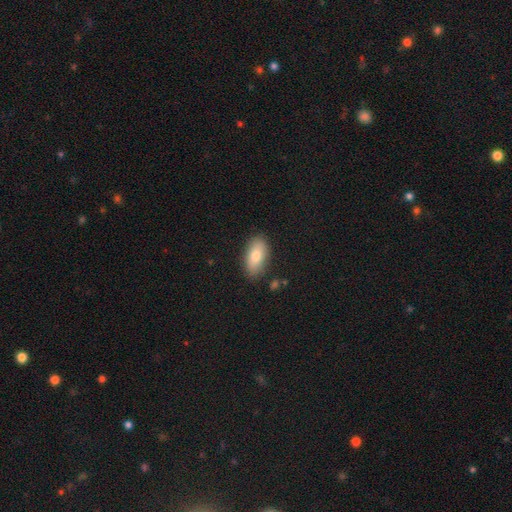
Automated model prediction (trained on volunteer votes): Overall: smooth (80%). How rounded: in between (92%). Merging: none (85%).